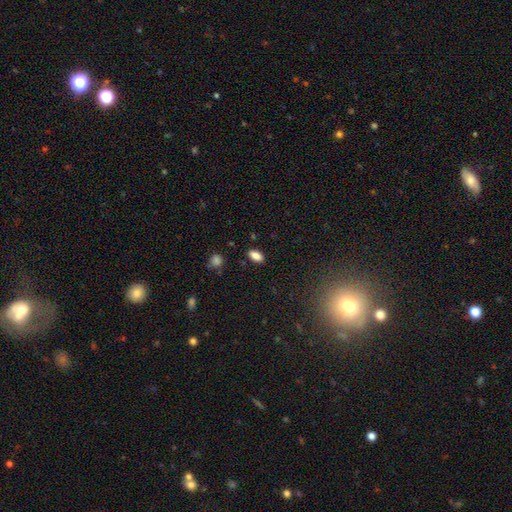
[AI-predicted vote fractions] Smooth or featured? Predicted: smooth (p=0.85). How rounded? Predicted: in between (p=0.89). Merging? Predicted: none (p=0.86).